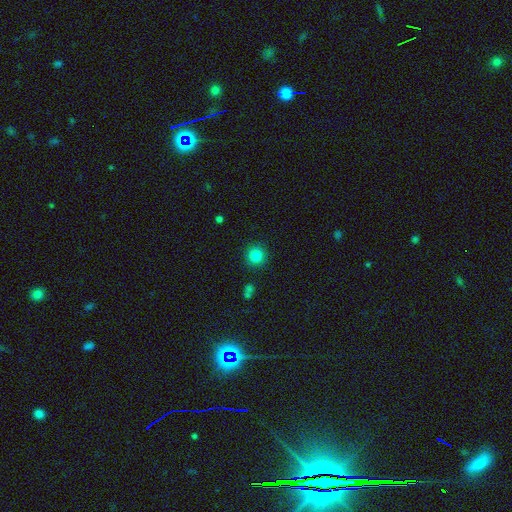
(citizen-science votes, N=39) This is likely a smooth galaxy (77%). How rounded: clearly round (93%). Merging: clearly none (83%).